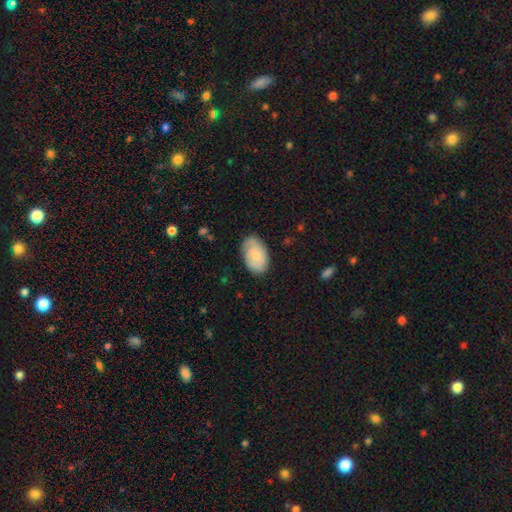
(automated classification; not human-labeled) smooth-or-featured: smooth: 55% | featured or disk: 39% | star or artifact: 6%
  how-rounded: in between: 91% | round: 8% | cigar-shaped: 1%
  merging: none: 72% | minor disturbance: 21% | major disturbance: 5% | merger: 1%